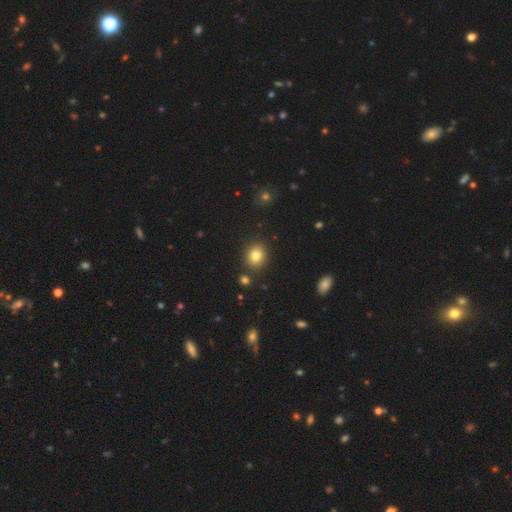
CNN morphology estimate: Overall: smooth (81%). How rounded: round (74%). Merging: none (87%).